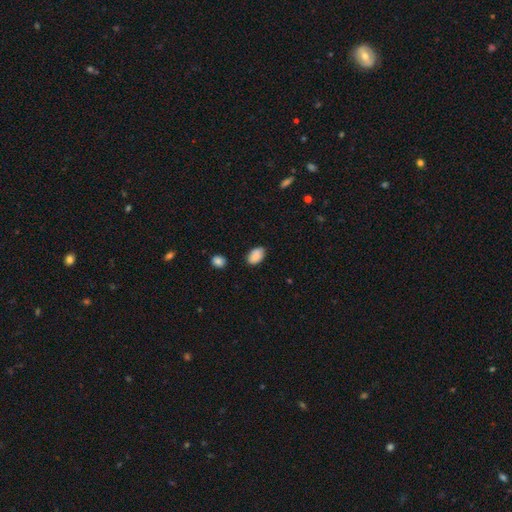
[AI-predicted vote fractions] A smooth galaxy with no disk features (88%) that is in between round and cigar-shaped (91%).

Vote fractions:
- Smooth or featured? smooth: 88% / star or artifact: 7% / featured or disk: 4%
- How rounded? in between: 91% / round: 8% / cigar-shaped: 1%
- Merging? none: 80% / minor disturbance: 15% / major disturbance: 3% / merger: 2%